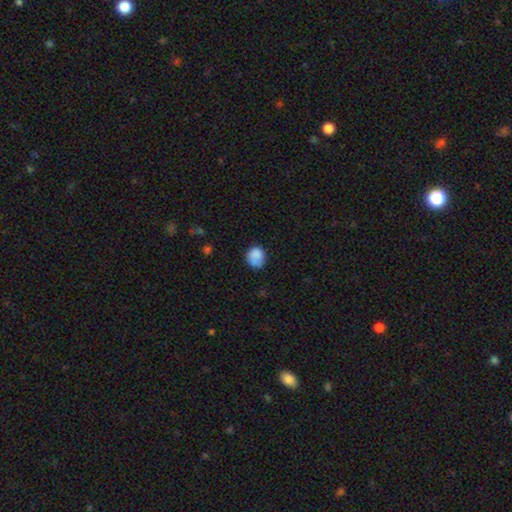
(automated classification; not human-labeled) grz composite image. It shows a smooth galaxy with no disk features (82%) that is round (71%). Merging: none (66%).